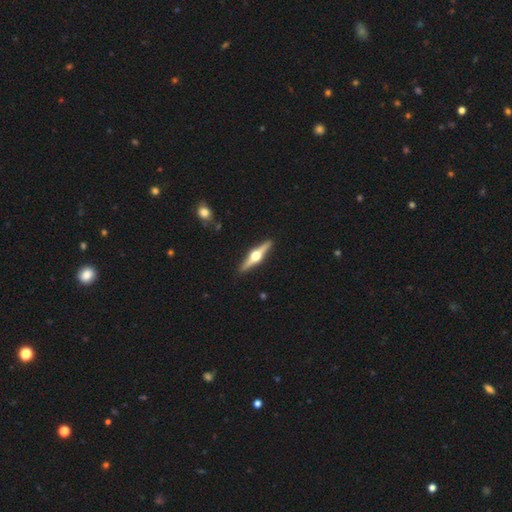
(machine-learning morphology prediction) featured or disk 80%, smooth 15%, star or artifact 5%. Down the decision tree: edge-on disk — yes (98%); edge-on bulge — rounded (97%); merging — none (92%).